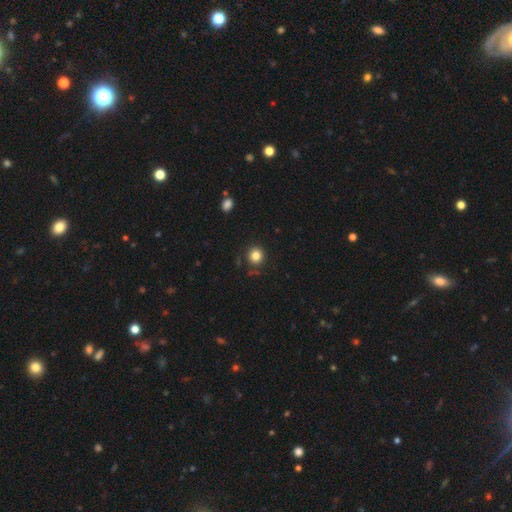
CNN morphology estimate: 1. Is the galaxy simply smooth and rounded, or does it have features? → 83% smooth, 12% star or artifact, 5% featured or disk.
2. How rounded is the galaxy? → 92% round, 7% in between, 1% cigar-shaped.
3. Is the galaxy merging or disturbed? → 87% none, 8% minor disturbance, 2% major disturbance, 2% merger.